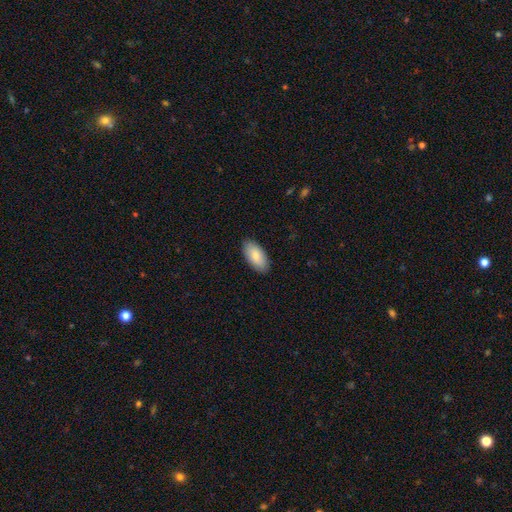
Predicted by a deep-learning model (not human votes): The model was most divided on "smooth or featured": smooth: 84%, featured or disk: 11%, star or artifact: 6%. More confident: how rounded — in between (94%); merging — none (89%).